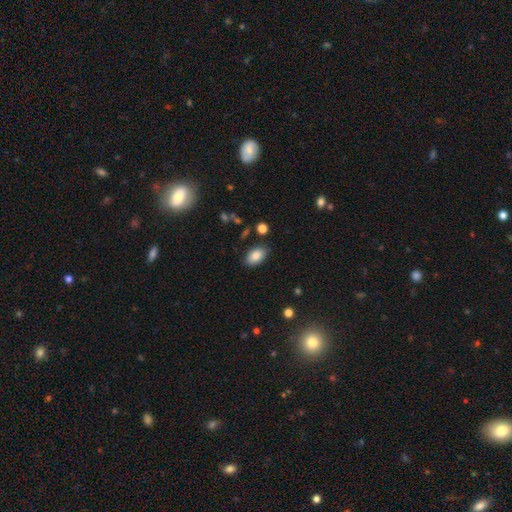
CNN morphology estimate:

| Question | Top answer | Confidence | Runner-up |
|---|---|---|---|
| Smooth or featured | smooth | 85% | star or artifact (8%) |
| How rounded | in between | 93% | round (6%) |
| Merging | none | 84% | minor disturbance (11%) |